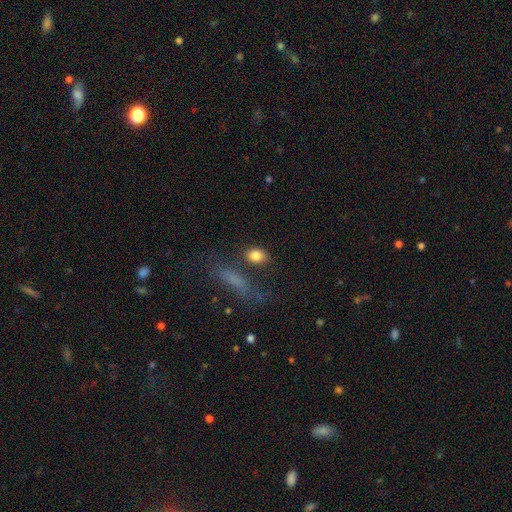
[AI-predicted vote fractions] Smooth or featured?
  - smooth: 83% *
  - star or artifact: 9%
  - featured or disk: 8%
How rounded?
  - in between: 71% *
  - round: 25%
  - cigar-shaped: 3%
Merging?
  - none: 74% *
  - minor disturbance: 12%
  - merger: 8%
  - major disturbance: 6%